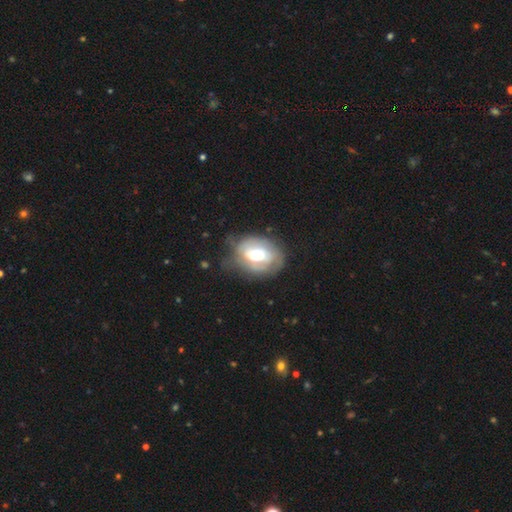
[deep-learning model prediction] The model was most divided on "spiral arms": yes: 52%, no: 48%. Remaining: edge-on disk — no (94%); bulge size — moderate (60%); smooth or featured — featured or disk (55%); merging — none (50%); bar — no (44%).